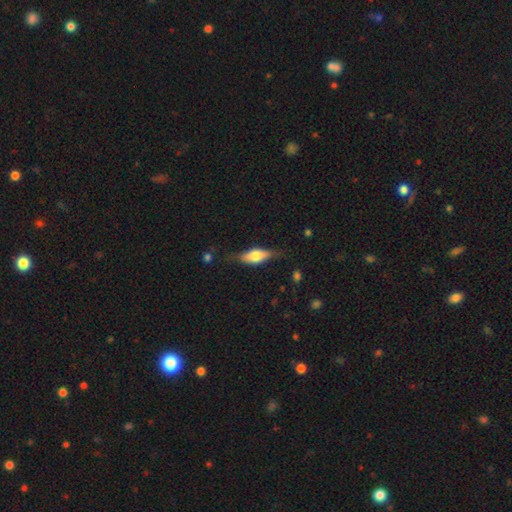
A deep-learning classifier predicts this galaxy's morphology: Smooth or featured: smooth — 52% (featured or disk — 41%)
How rounded: in between — 69% (cigar-shaped — 28%)
Merging: none — 71% (minor disturbance — 21%)